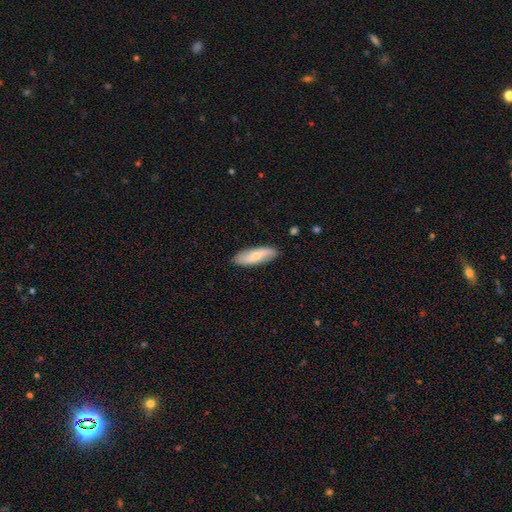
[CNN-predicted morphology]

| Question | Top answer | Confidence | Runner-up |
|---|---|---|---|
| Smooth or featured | smooth | 67% | featured or disk (27%) |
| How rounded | in between | 55% | cigar-shaped (43%) |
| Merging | none | 86% | minor disturbance (11%) |